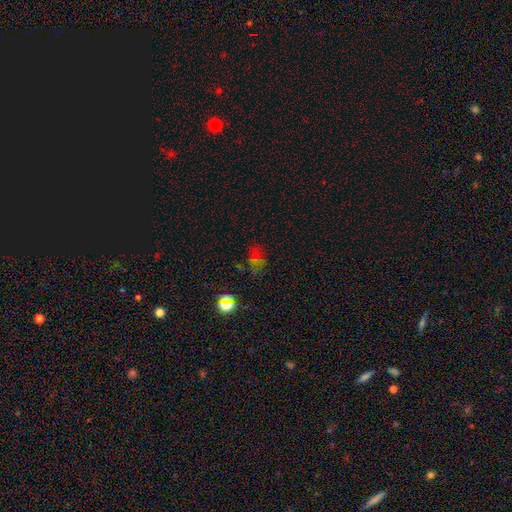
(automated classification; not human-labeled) Smooth or featured: smooth — 43% (star or artifact — 42%)
Merging: none — 64% (minor disturbance — 19%)